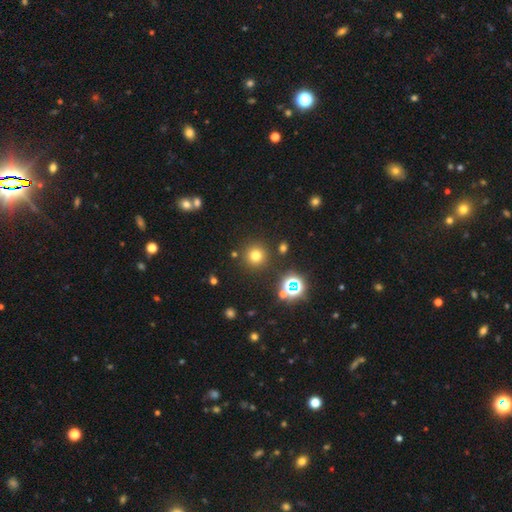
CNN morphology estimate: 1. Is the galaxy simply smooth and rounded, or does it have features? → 70% smooth, 23% star or artifact, 7% featured or disk.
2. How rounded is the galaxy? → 95% round, 4% in between, 1% cigar-shaped.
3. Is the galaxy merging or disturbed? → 88% none, 6% minor disturbance, 4% merger, 3% major disturbance.